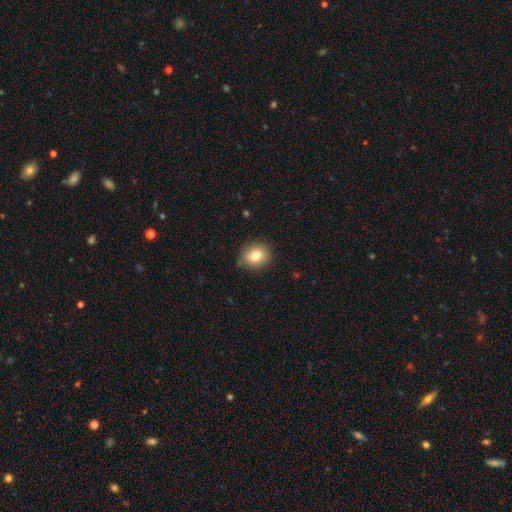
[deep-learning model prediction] smooth-or-featured: smooth: 81% | star or artifact: 10% | featured or disk: 9%
  how-rounded: round: 78% | in between: 21% | cigar-shaped: 1%
  merging: none: 85% | minor disturbance: 11% | major disturbance: 2% | merger: 2%